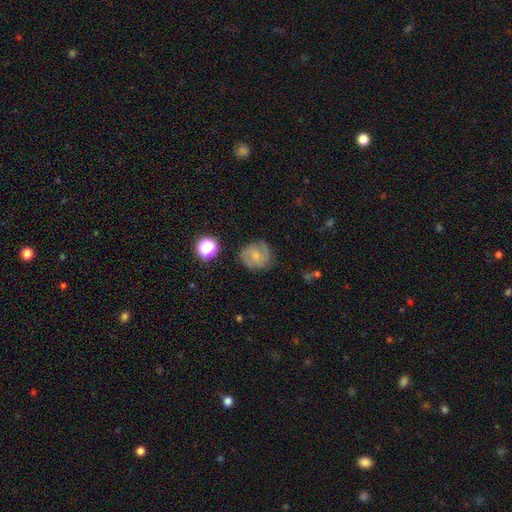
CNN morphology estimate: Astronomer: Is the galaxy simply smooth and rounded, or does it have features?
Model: featured or disk — 59%.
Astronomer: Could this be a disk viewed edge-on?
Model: no — 98%.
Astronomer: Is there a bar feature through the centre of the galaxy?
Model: no — 57% (runner-up: weak, 35%).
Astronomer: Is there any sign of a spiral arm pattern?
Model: yes — 88%.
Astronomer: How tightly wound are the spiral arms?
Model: medium — 46% (runner-up: tight, 39%).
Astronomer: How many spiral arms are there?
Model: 2 — 67%.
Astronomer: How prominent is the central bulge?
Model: small — 60%.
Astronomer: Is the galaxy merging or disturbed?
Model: none — 73%.